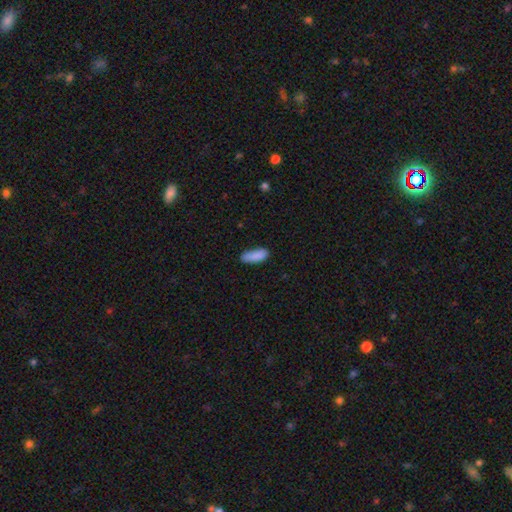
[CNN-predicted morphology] smooth-or-featured: smooth: 88% | star or artifact: 7% | featured or disk: 5%
  how-rounded: in between: 71% | cigar-shaped: 27% | round: 2%
  merging: none: 76% | minor disturbance: 20% | major disturbance: 3% | merger: 2%